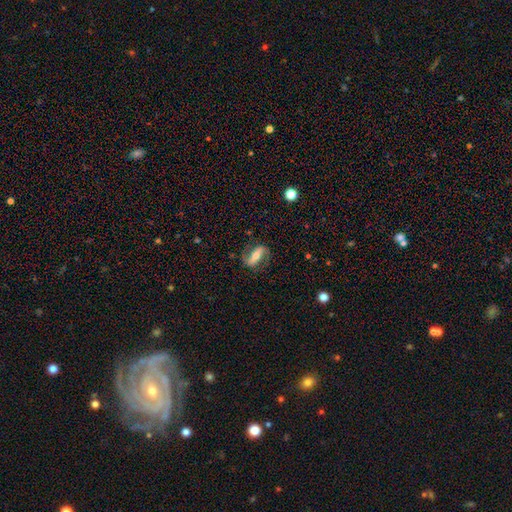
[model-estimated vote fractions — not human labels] smooth-or-featured: featured or disk: 69% | smooth: 23% | star or artifact: 7%
  disk-edge-on: no: 85% | yes: 15%
    bar: strong: 61% | weak: 20% | no: 19%
    has-spiral-arms: yes: 83% | no: 17%
    bulge-size: moderate: 54% | small: 35% | large: 6% | none: 3% | dominant: 2%
  merging: none: 76% | minor disturbance: 15% | major disturbance: 7% | merger: 2%